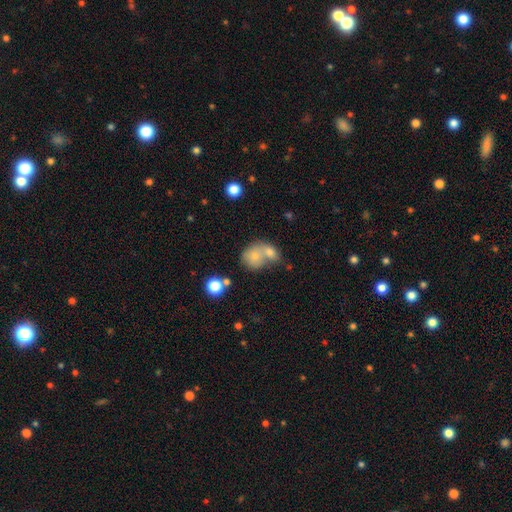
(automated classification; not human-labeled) Smooth or featured? Predicted: smooth (p=0.76). How rounded? Predicted: round (p=0.59). Merging? Predicted: merger (p=0.60).